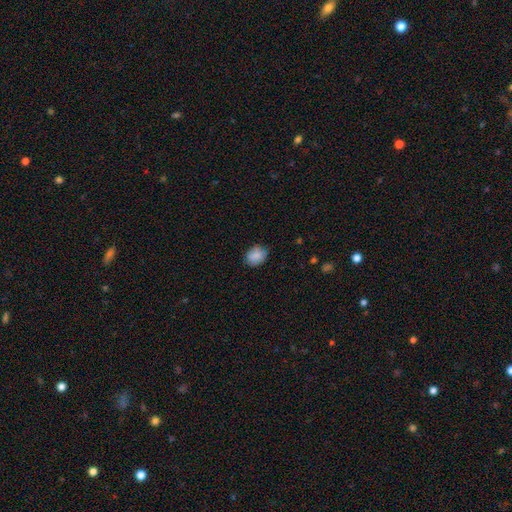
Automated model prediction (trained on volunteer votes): Overall: smooth (86%). How rounded: in between (57%; round 42%). Merging: none (79%).